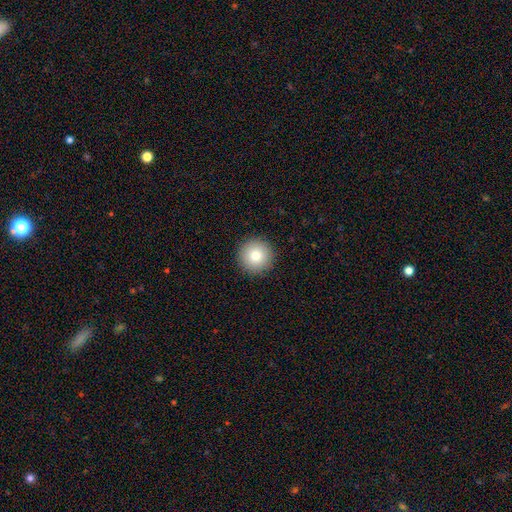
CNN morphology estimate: This appears to be a smooth galaxy with no disk features (80%) that is round (96%). Merging: none (92%).